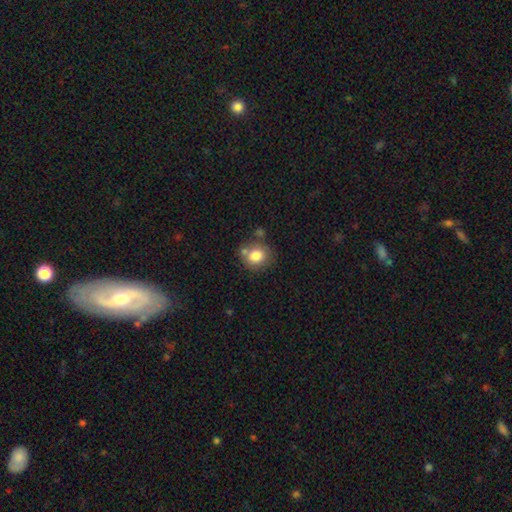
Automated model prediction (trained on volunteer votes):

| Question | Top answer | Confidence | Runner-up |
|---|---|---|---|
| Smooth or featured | smooth | 79% | featured or disk (11%) |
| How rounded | round | 78% | in between (21%) |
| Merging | none | 64% | merger (17%) |